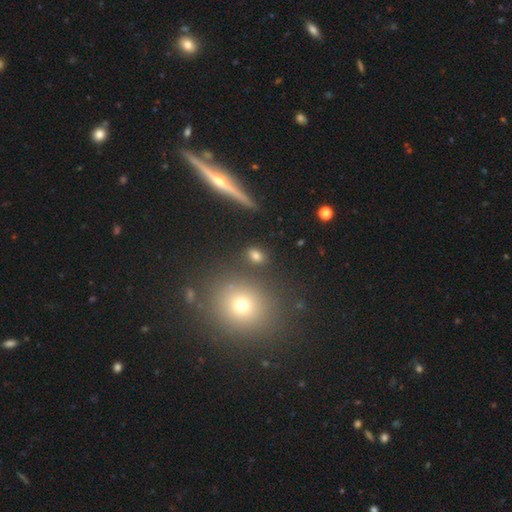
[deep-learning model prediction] Overall: smooth (76%). How rounded: in between (68%). Merging: none (83%).